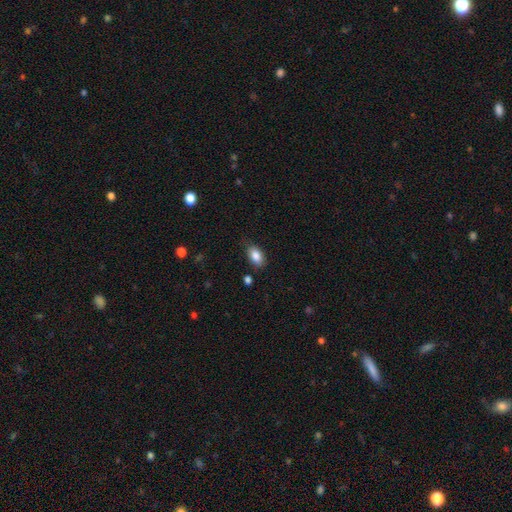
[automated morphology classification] type=smooth (86%); roundness=in between (91%); merging=none (78%).